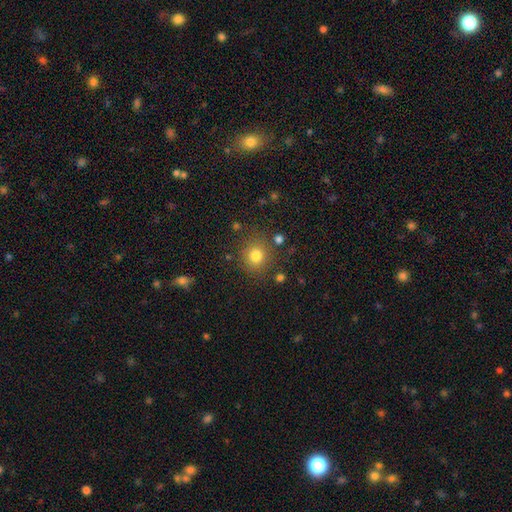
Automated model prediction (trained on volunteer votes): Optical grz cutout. It shows a smooth galaxy with no disk features (79%) that is round (87%). Merging: none (83%).